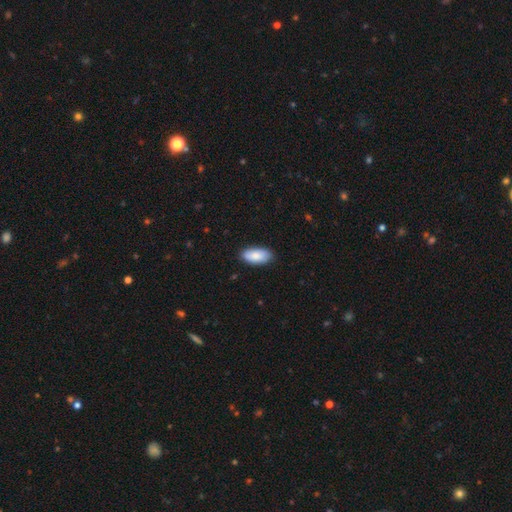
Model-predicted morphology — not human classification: Overall: smooth (85%). How rounded: in between (92%). Merging: none (86%).